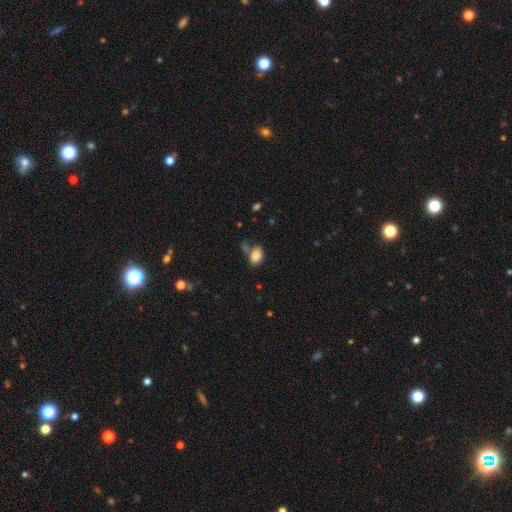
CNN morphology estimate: This appears to be a smooth galaxy with no disk features (84%) that is in between round and cigar-shaped (87%). Merging: none (57%).